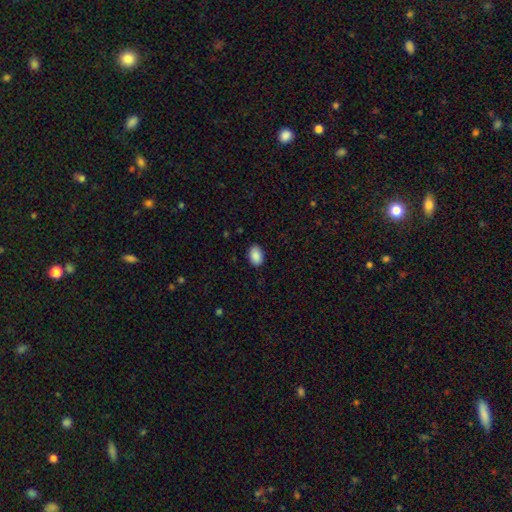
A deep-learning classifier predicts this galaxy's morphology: A smooth galaxy with no disk features (90%) that is in between round and cigar-shaped (88%). Merging: none (88%).